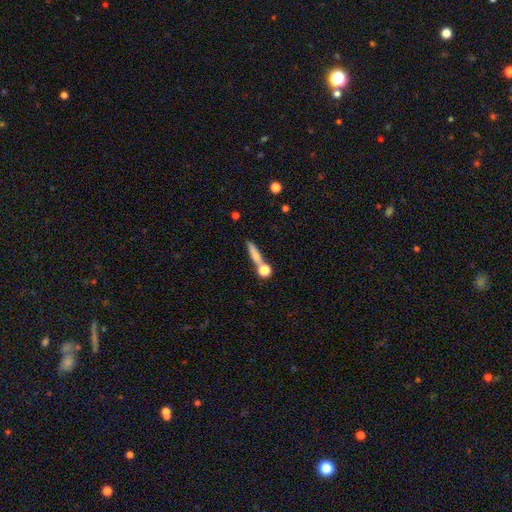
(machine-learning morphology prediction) Smooth or featured? Predicted: smooth (p=0.63). How rounded? Predicted: cigar-shaped (p=0.74). Merging? Predicted: none (p=0.61).